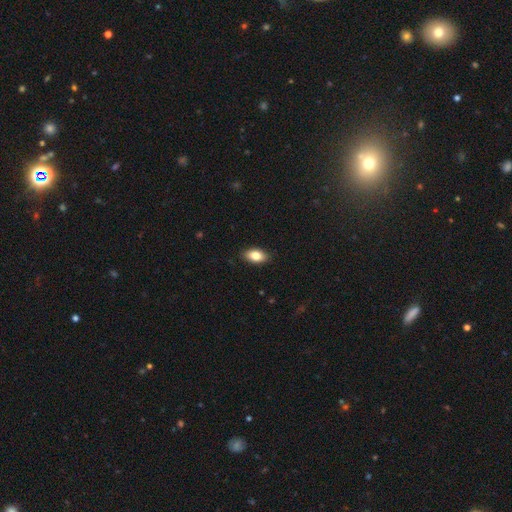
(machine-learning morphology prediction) smooth_or_featured: smooth (p=0.83) [alt: featured or disk p=0.10]
how_rounded: in between (p=0.91) [alt: round p=0.06]
merging: none (p=0.88) [alt: minor disturbance p=0.09]